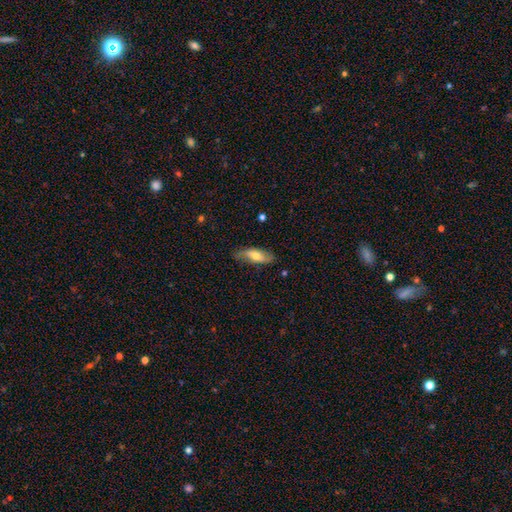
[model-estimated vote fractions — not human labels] This is possibly a smooth galaxy (55%). How rounded: likely in between (73%). Merging: likely none (76%).